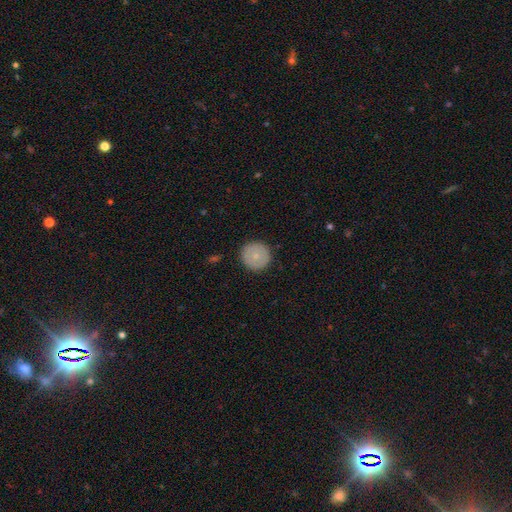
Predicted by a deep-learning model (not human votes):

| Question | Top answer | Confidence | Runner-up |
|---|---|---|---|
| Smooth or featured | smooth | 74% | featured or disk (19%) |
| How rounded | round | 95% | in between (4%) |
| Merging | none | 91% | minor disturbance (6%) |